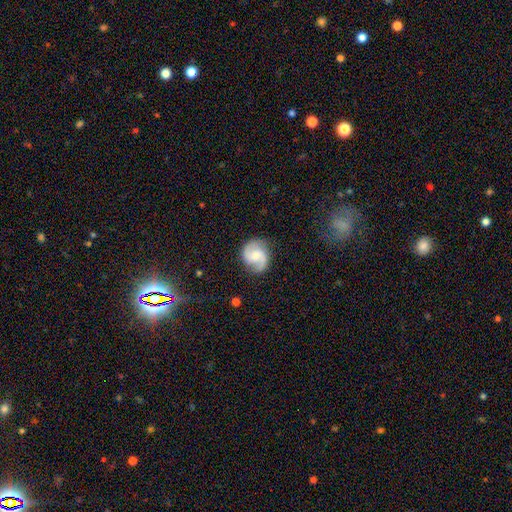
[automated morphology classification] Smooth or featured: featured or disk — 82% (smooth — 13%)
Edge-on disk: no — 98% (yes — 2%)
Bar: no — 48% (weak — 43%)
Spiral arms: yes — 97% (no — 3%)
Spiral winding: medium — 54% (loose — 27%)
Spiral arm count: 2 — 92% (can't tell — 3%)
Bulge size: moderate — 49% (small — 39%)
Merging: none — 83% (minor disturbance — 13%)